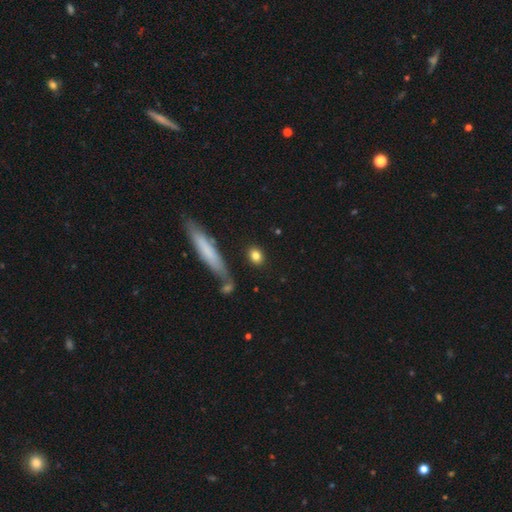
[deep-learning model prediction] Smooth or featured? Predicted: smooth (p=0.83). How rounded? Predicted: round (p=0.49). Merging? Predicted: none (p=0.84).